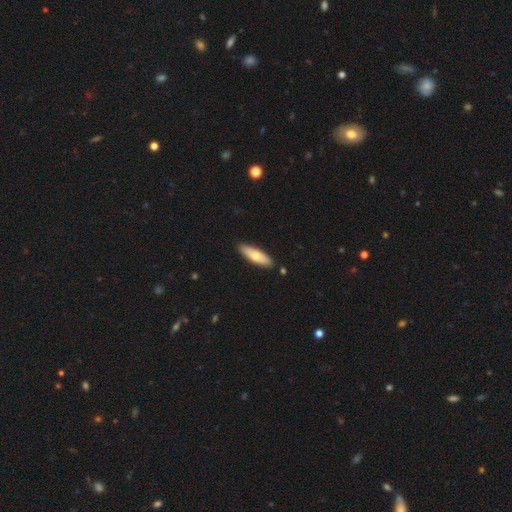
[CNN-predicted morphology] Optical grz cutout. It shows a smooth galaxy with no disk features (64%) that is in between round and cigar-shaped (50%). Merging: none (88%).